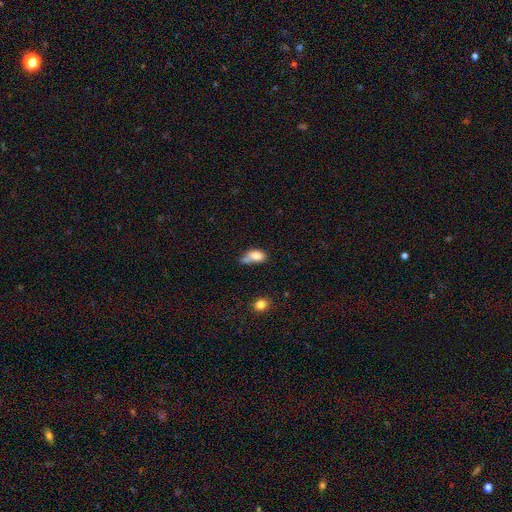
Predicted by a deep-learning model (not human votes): Smooth or featured?
  - smooth: 77% *
  - featured or disk: 14%
  - star or artifact: 10%
How rounded?
  - in between: 83% *
  - round: 12%
  - cigar-shaped: 5%
Merging?
  - minor disturbance: 29% *
  - none: 27%
  - merger: 27%
  - major disturbance: 18%